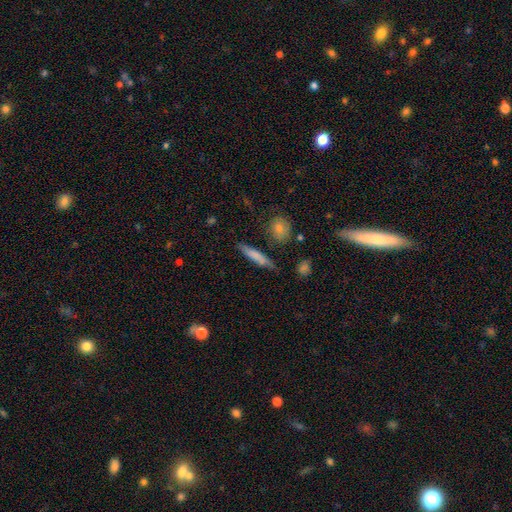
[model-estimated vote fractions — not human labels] A smooth galaxy with no disk features (72%) that is cigar-shaped (84%).

Vote fractions:
- Smooth or featured? smooth: 72% / featured or disk: 21% / star or artifact: 7%
- How rounded? cigar-shaped: 84% / in between: 13% / round: 3%
- Merging? none: 75% / minor disturbance: 17% / merger: 4% / major disturbance: 4%